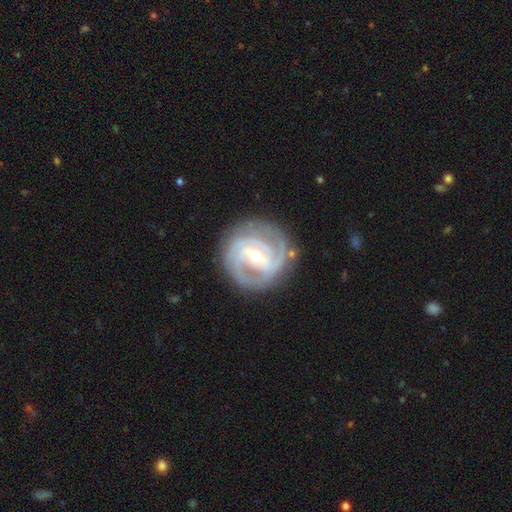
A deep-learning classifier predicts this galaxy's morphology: featured or disk 90%, smooth 6%, star or artifact 4%. Down the decision tree: edge-on disk — no (98%); bar — weak (45%); spiral arms — yes (97%); spiral arm count — 2 (39%); spiral winding — tight (62%); bulge size — moderate (58%); merging — none (82%).